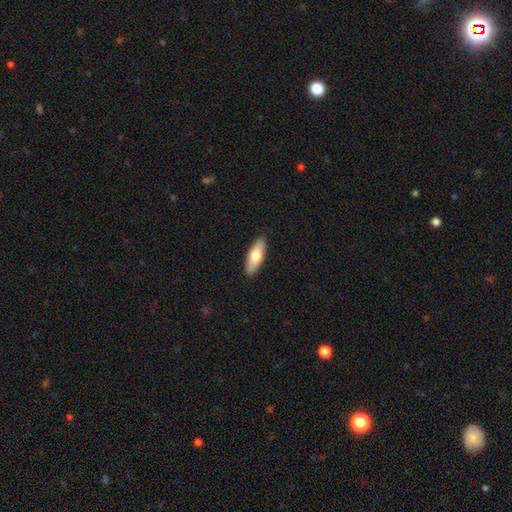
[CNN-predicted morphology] The model was most divided on "how rounded": in between: 59%, cigar-shaped: 39%, round: 2%. More confident: merging — none (90%); smooth or featured — smooth (70%).